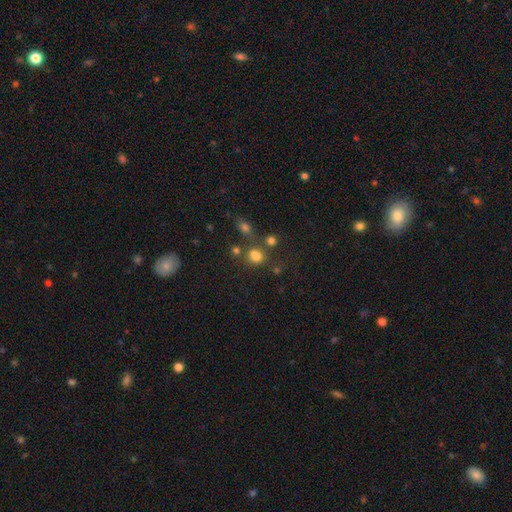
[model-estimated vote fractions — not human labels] This is likely a smooth galaxy (75%). How rounded: possibly round (55%). Merging: possibly none (58%).